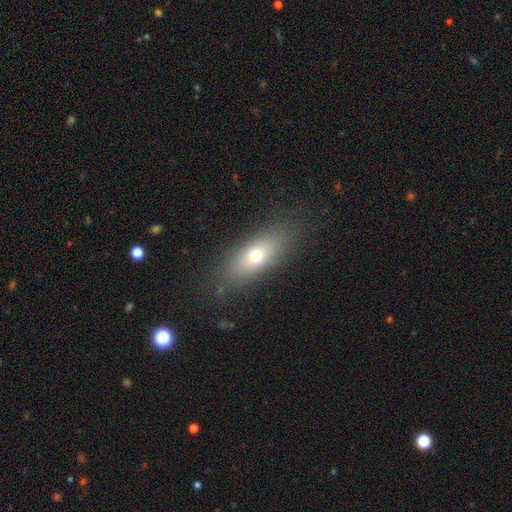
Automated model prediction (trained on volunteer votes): This is likely a smooth galaxy (67%). How rounded: likely in between (72%). Merging: clearly none (82%).